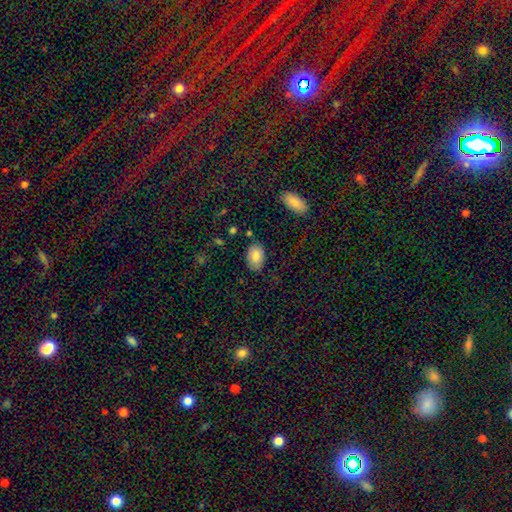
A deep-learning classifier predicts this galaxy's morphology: smooth_or_featured: smooth (p=0.82) [alt: featured or disk p=0.11]
how_rounded: in between (p=0.89) [alt: round p=0.10]
merging: none (p=0.79) [alt: minor disturbance p=0.16]